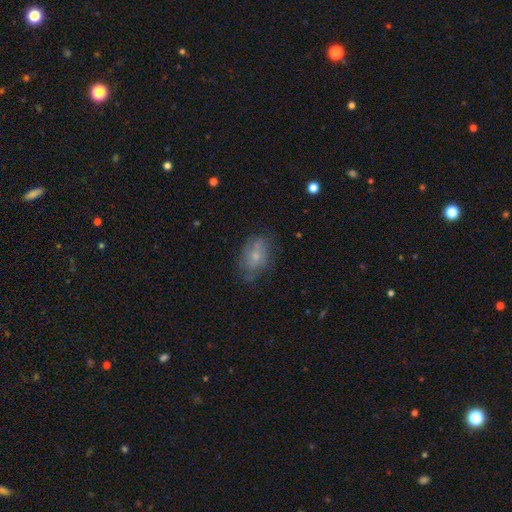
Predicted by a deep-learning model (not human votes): A smooth galaxy with no disk features (48%).

Vote fractions:
- Smooth or featured? smooth: 48% / featured or disk: 42% / star or artifact: 10%
- Merging? none: 60% / minor disturbance: 26% / major disturbance: 12% / merger: 3%